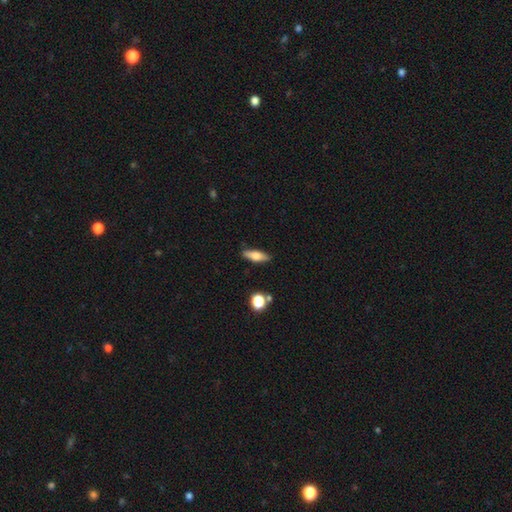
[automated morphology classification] Overall: smooth (64%; featured or disk 28%). How rounded: in between (54%; cigar-shaped 42%). Merging: none (84%).